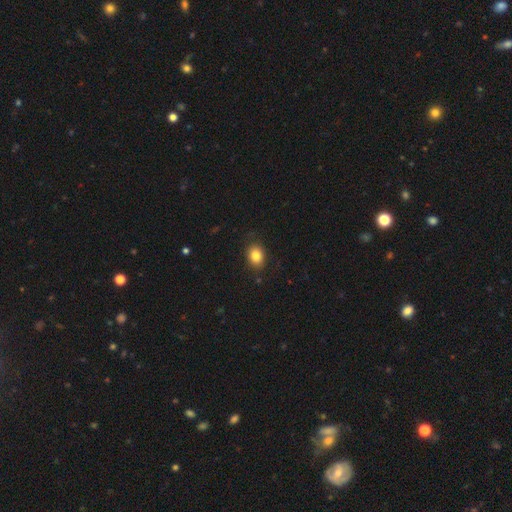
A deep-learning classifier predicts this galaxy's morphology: Smooth or featured? smooth (84%)
How rounded? in between (62%)
Merging? none (83%)